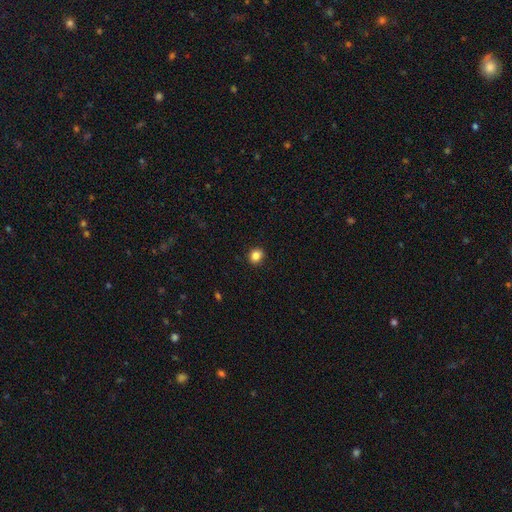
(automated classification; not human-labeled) Morphology: type=smooth (85%); roundness=round (70%); merging=none (91%).